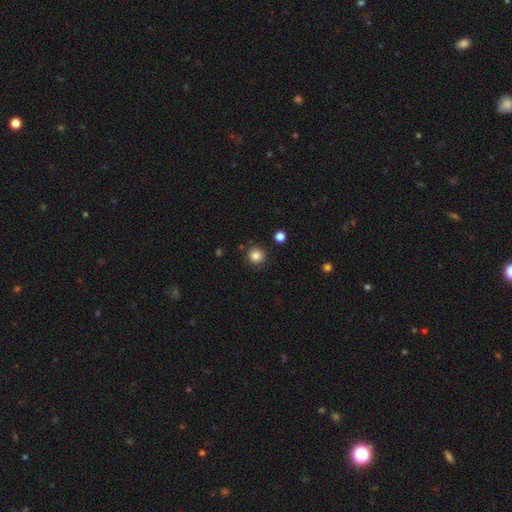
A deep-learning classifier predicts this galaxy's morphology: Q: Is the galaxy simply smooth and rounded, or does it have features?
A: smooth — 84%.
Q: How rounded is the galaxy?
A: round — 94%.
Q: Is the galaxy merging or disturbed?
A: none — 88%.